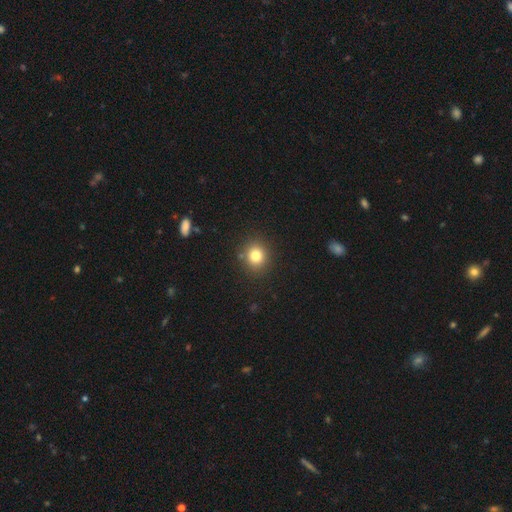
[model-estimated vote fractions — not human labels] This is clearly a smooth galaxy (80%). How rounded: clearly round (82%). Merging: clearly none (86%).